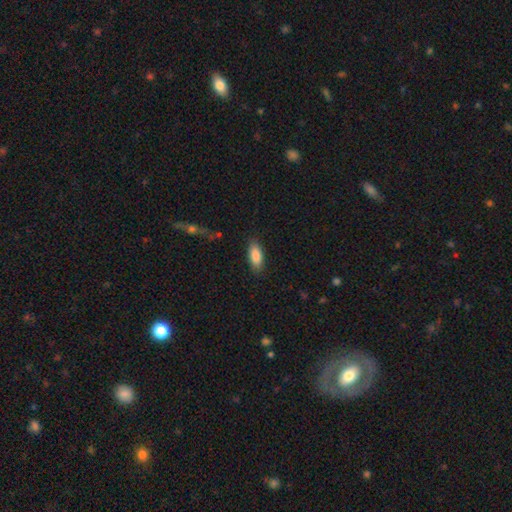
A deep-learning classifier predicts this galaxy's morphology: Smooth or featured? smooth (86%)
How rounded? in between (84%)
Merging? none (85%)